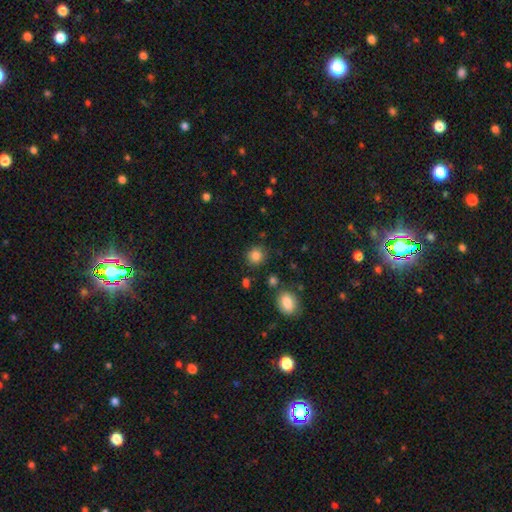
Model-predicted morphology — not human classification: Q: Smooth or featured?
A: smooth (84%); runner-up: star or artifact (11%)
Q: How rounded?
A: round (88%); runner-up: in between (11%)
Q: Merging?
A: none (84%); runner-up: minor disturbance (9%)